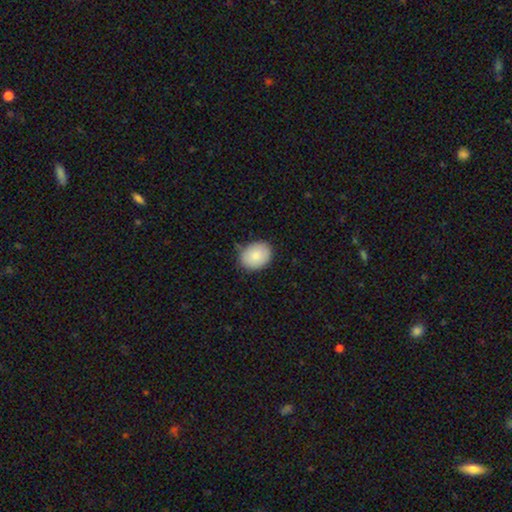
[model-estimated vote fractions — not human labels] Morphology: type=smooth (85%); roundness=in between (59%); merging=none (79%).